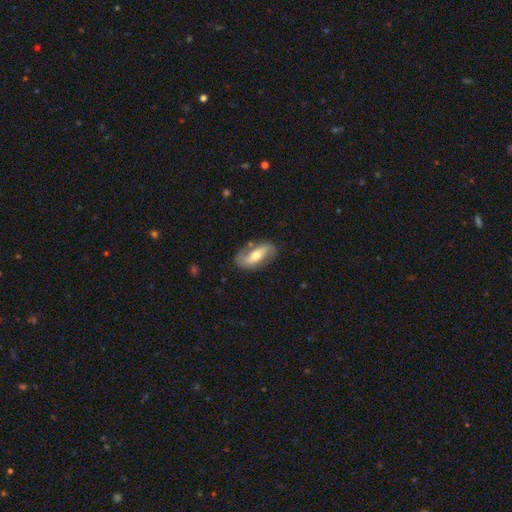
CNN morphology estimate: Q: Smooth or featured?
A: featured or disk (64%); runner-up: smooth (30%)
Q: Edge-on disk?
A: no (90%); runner-up: yes (10%)
Q: Bar?
A: no (41%); runner-up: weak (31%)
Q: Spiral arms?
A: yes (80%); runner-up: no (20%)
Q: Bulge size?
A: moderate (68%); runner-up: small (23%)
Q: Merging?
A: none (76%); runner-up: minor disturbance (16%)